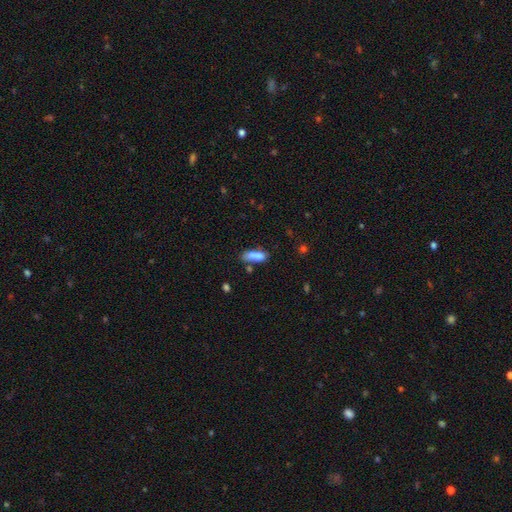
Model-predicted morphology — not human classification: Smooth or featured?
  - smooth: 82% *
  - featured or disk: 10%
  - star or artifact: 8%
How rounded?
  - in between: 63% *
  - cigar-shaped: 35%
  - round: 2%
Merging?
  - none: 54% *
  - minor disturbance: 23%
  - merger: 16%
  - major disturbance: 8%